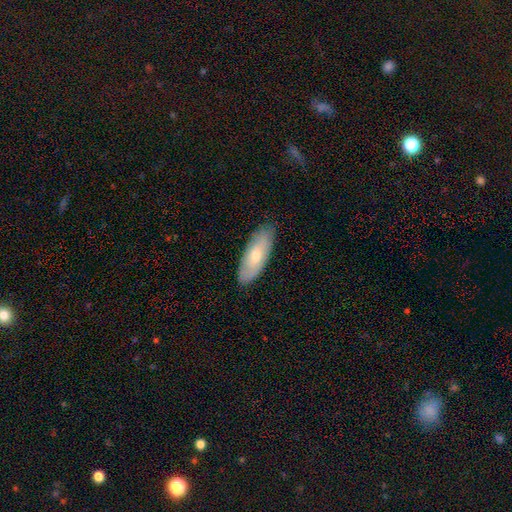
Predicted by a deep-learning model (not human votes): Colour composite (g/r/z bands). It shows a smooth galaxy with no disk features (59%) that is in between round and cigar-shaped (72%). Merging: none (84%).